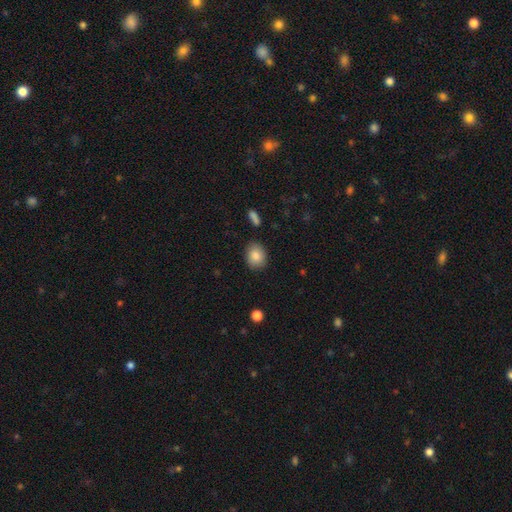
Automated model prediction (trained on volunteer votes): The model was most divided on "how rounded": round: 50%, in between: 49%, cigar-shaped: 1%. More confident: smooth or featured — smooth (86%); merging — none (83%).